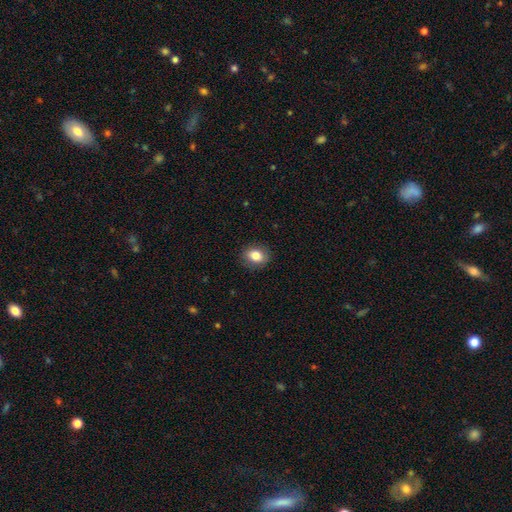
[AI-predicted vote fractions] Smooth or featured: smooth — 83% (star or artifact — 9%)
How rounded: in between — 54% (round — 45%)
Merging: none — 87% (minor disturbance — 9%)